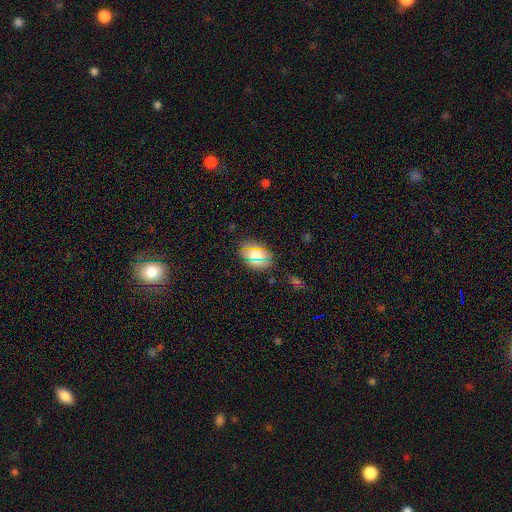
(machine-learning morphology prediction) This appears to be a smooth galaxy with no disk features (69%) that is in between round and cigar-shaped (77%). Merging: none (82%).